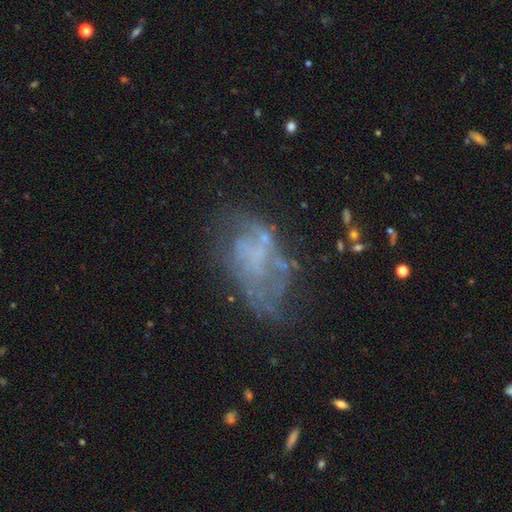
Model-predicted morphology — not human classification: Smooth or featured? Predicted: featured or disk (p=0.61). Edge-on disk? Predicted: no (p=0.97). Bar? Predicted: no (p=0.86). Spiral arms? Predicted: no (p=0.73). Bulge size? Predicted: none (p=0.79). Merging? Predicted: none (p=0.41).